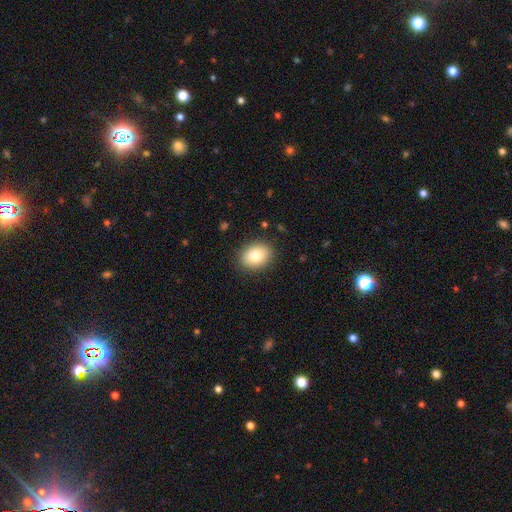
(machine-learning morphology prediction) smooth_or_featured: smooth (p=0.83) [alt: featured or disk p=0.09]
how_rounded: in between (p=0.65) [alt: round p=0.34]
merging: none (p=0.88) [alt: minor disturbance p=0.09]